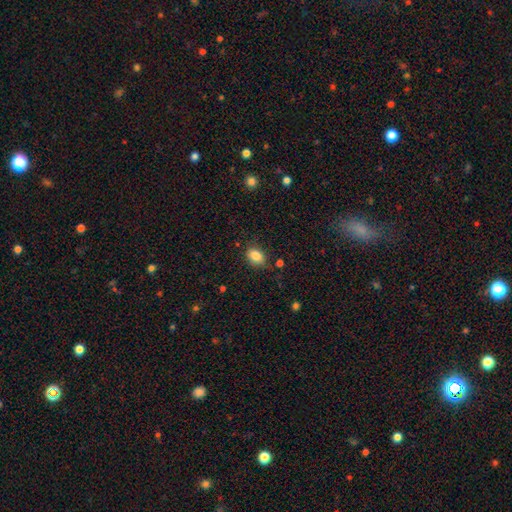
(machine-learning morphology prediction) A smooth galaxy with no disk features (85%) that is in between round and cigar-shaped (73%). Merging: none (75%).